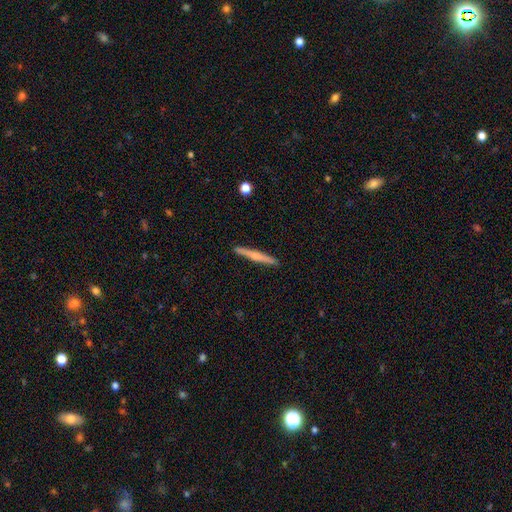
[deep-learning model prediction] smooth_or_featured: featured or disk (p=0.49) [alt: smooth p=0.45]
merging: none (p=0.91) [alt: minor disturbance p=0.06]